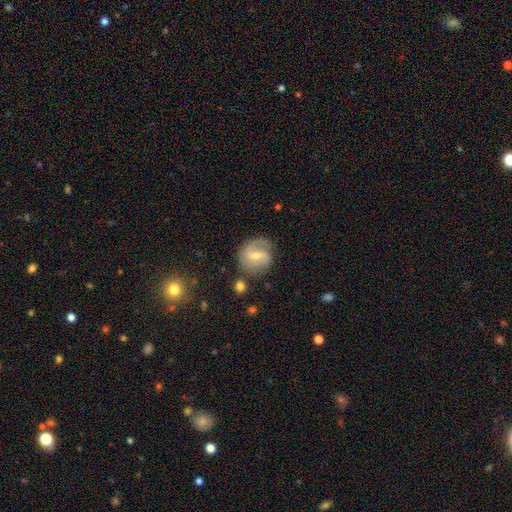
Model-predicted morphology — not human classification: smooth-or-featured: featured or disk: 71% | smooth: 23% | star or artifact: 6%
  disk-edge-on: no: 97% | yes: 3%
    bar: weak: 53% | strong: 27% | no: 20%
    has-spiral-arms: yes: 90% | no: 10%
      spiral-winding: medium: 46% | tight: 27% | loose: 27%
      spiral-arm-count: 2: 69% | 1: 14% | can't tell: 11% | 3: 3% | 4: 1% | more than 4: 1%
    bulge-size: small: 55% | moderate: 41% | none: 3% | large: 2% | dominant: 1%
  merging: none: 69% | minor disturbance: 19% | major disturbance: 8% | merger: 4%